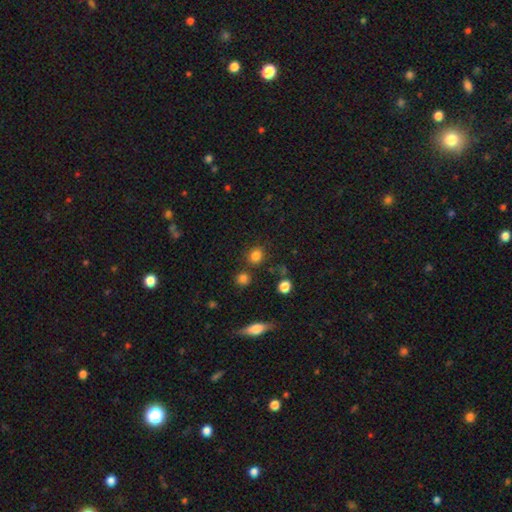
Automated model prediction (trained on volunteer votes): A smooth galaxy with no disk features (81%) that is round (78%).

Vote fractions:
- Smooth or featured? smooth: 81% / star or artifact: 13% / featured or disk: 5%
- How rounded? round: 78% / in between: 21% / cigar-shaped: 1%
- Merging? none: 80% / minor disturbance: 10% / merger: 7% / major disturbance: 4%